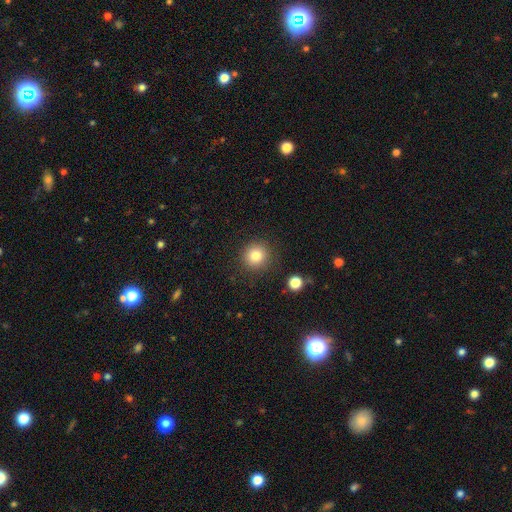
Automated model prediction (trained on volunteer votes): A smooth galaxy with no disk features (83%) that is round (92%). Merging: none (87%).